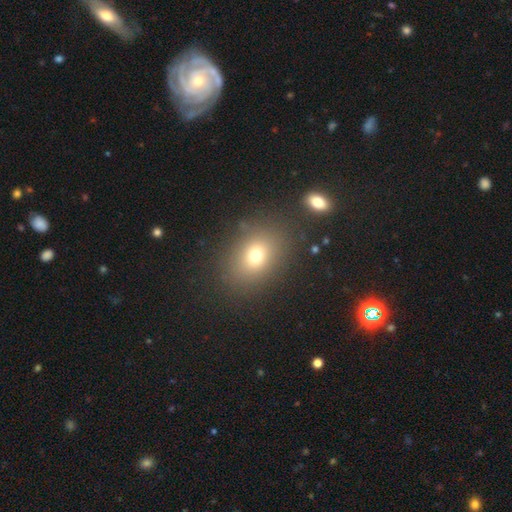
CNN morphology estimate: A smooth galaxy with no disk features (73%) that is in between round and cigar-shaped (62%).

Vote fractions:
- Smooth or featured? smooth: 73% / star or artifact: 15% / featured or disk: 12%
- How rounded? in between: 62% / round: 37% / cigar-shaped: 1%
- Merging? none: 83% / minor disturbance: 10% / major disturbance: 5% / merger: 3%